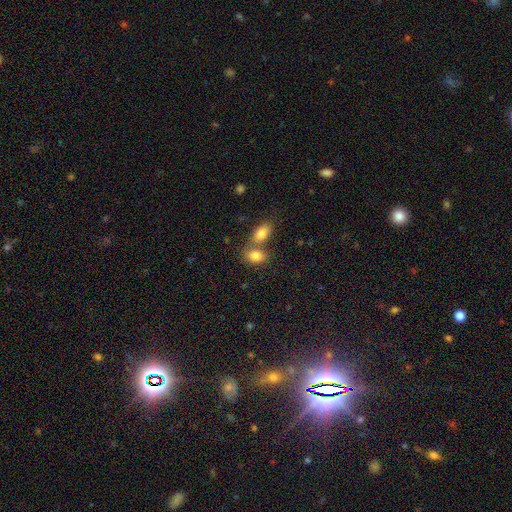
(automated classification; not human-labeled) A smooth galaxy with no disk features (83%) that is in between round and cigar-shaped (84%). Merging: merger (48%).